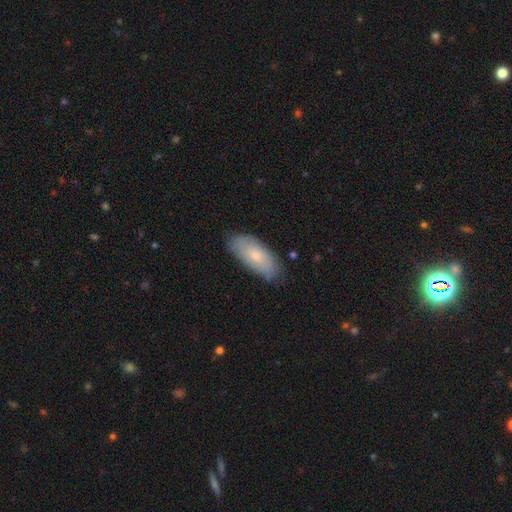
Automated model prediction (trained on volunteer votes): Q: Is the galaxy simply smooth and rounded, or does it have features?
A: smooth — 68%.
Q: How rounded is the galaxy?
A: in between — 84%.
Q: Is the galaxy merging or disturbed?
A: none — 79%.